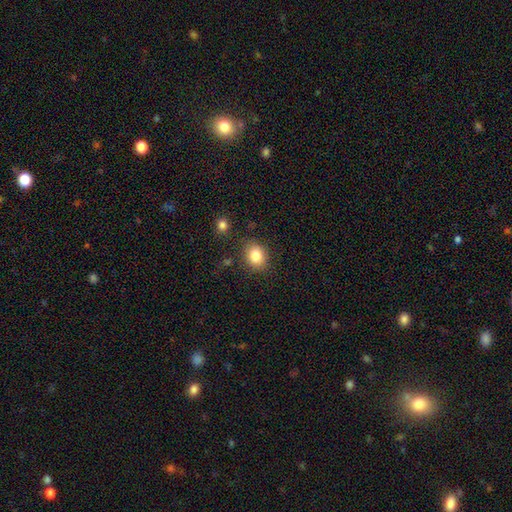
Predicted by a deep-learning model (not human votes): Smooth or featured? Predicted: smooth (p=0.83). How rounded? Predicted: round (p=0.56). Merging? Predicted: none (p=0.81).